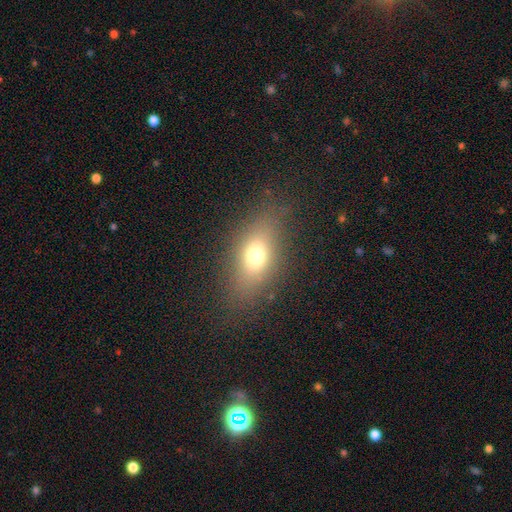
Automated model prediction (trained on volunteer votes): A smooth galaxy with no disk features (69%) that is in between round and cigar-shaped (77%). Merging: none (81%).